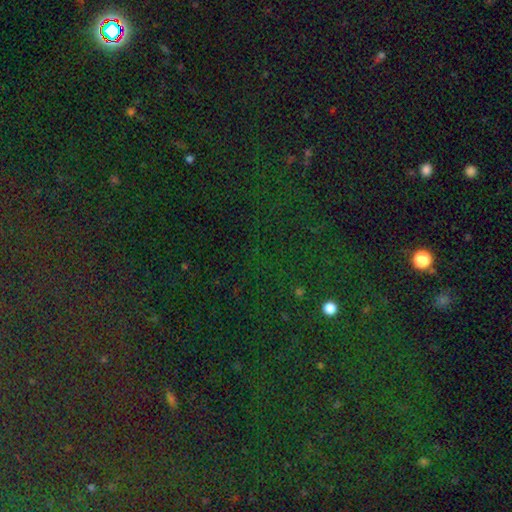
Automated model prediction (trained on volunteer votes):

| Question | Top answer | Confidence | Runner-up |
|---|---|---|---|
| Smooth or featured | star or artifact | 82% | smooth (10%) |